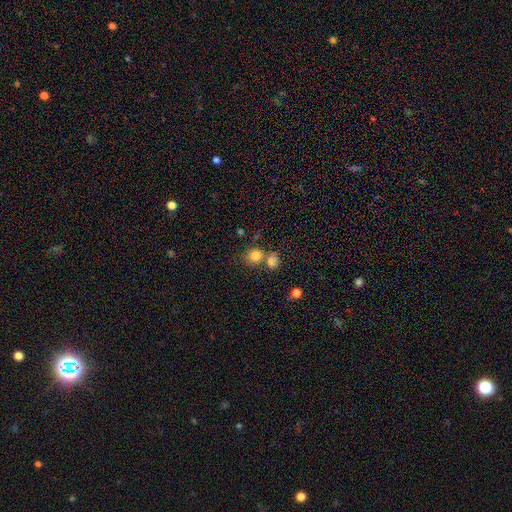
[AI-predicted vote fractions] A smooth galaxy with no disk features (81%) that is round (79%).

Vote fractions:
- Smooth or featured? smooth: 81% / star or artifact: 12% / featured or disk: 8%
- How rounded? round: 79% / in between: 20% / cigar-shaped: 1%
- Merging? none: 52% / merger: 35% / minor disturbance: 10% / major disturbance: 4%